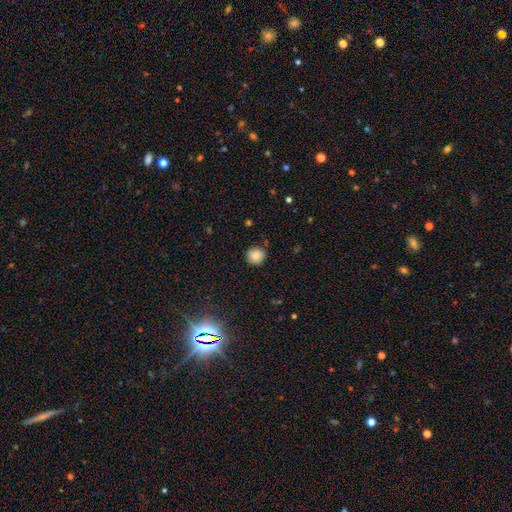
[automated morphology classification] Smooth or featured? smooth (84%)
How rounded? round (93%)
Merging? none (87%)